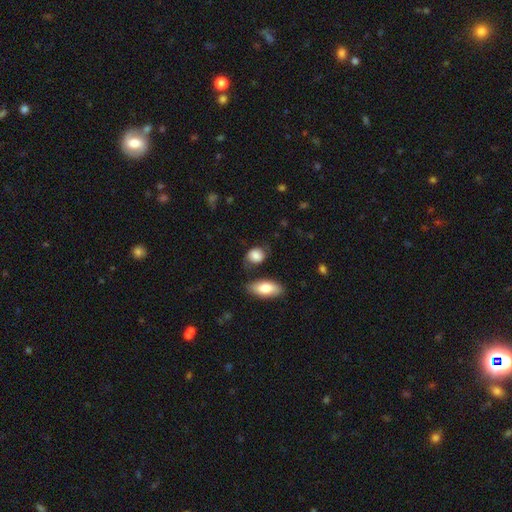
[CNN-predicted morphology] smooth 80%, featured or disk 12%, star or artifact 8%. Down the decision tree: how rounded — in between (55%); merging — none (59%).